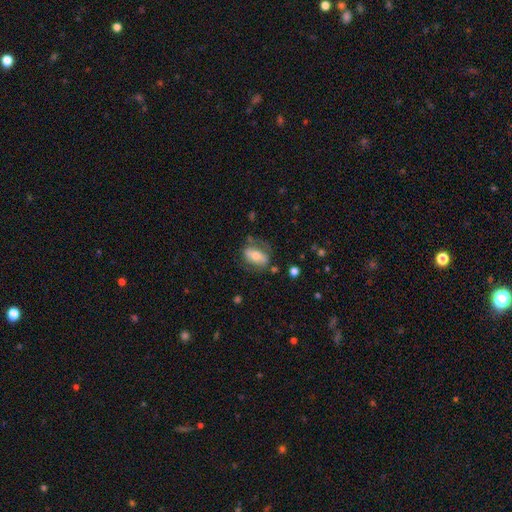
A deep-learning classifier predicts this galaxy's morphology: Smooth or featured?
  - smooth: 54% *
  - featured or disk: 39%
  - star or artifact: 7%
How rounded?
  - in between: 84% *
  - round: 11%
  - cigar-shaped: 5%
Merging?
  - none: 61% *
  - minor disturbance: 22%
  - major disturbance: 13%
  - merger: 4%